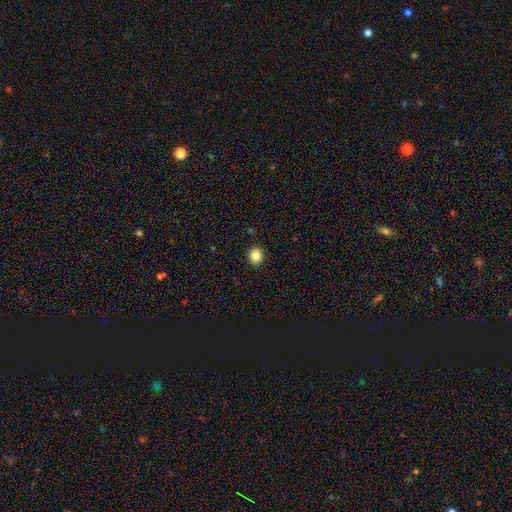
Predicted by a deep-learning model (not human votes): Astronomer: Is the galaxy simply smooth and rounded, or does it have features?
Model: smooth — 85%.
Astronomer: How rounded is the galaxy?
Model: round — 86%.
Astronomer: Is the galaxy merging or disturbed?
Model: none — 91%.